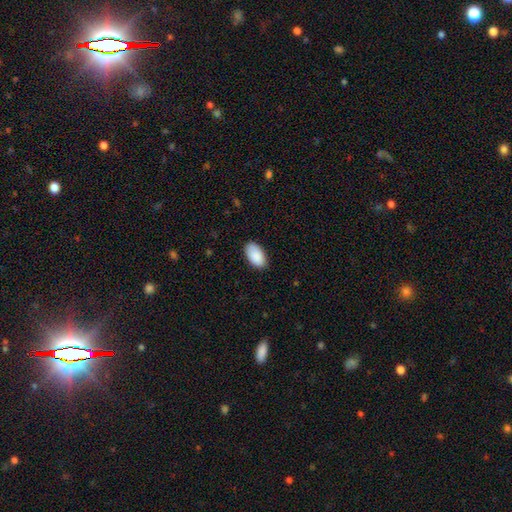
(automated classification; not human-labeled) The model was most divided on "merging": none: 84%, minor disturbance: 13%, major disturbance: 2%, merger: 1%. More confident: how rounded — in between (96%); smooth or featured — smooth (90%).